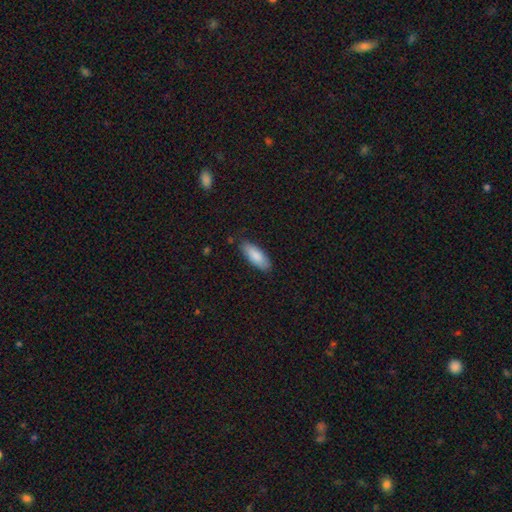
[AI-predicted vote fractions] Smooth or featured: smooth — 86% (featured or disk — 9%)
How rounded: in between — 74% (cigar-shaped — 25%)
Merging: none — 82% (minor disturbance — 14%)